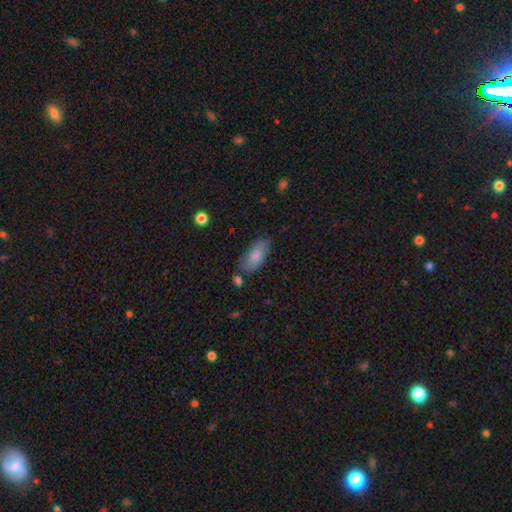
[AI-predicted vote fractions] The model was most divided on "merging": none: 69%, minor disturbance: 21%, major disturbance: 5%, merger: 5%. More confident: how rounded — in between (90%); smooth or featured — smooth (77%).